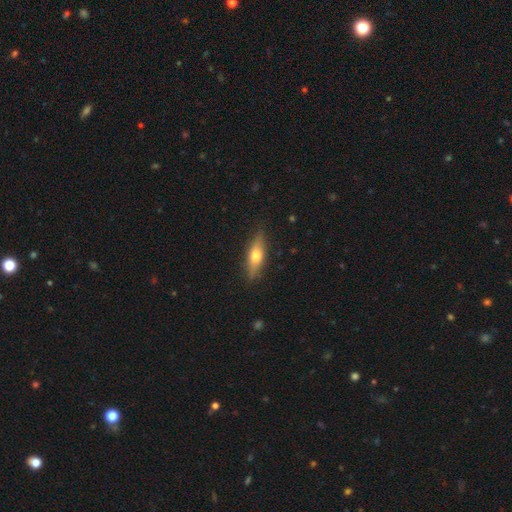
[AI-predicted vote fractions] Q: Smooth or featured?
A: smooth (57%); runner-up: featured or disk (37%)
Q: How rounded?
A: in between (49%); runner-up: cigar-shaped (48%)
Q: Merging?
A: none (85%); runner-up: minor disturbance (12%)